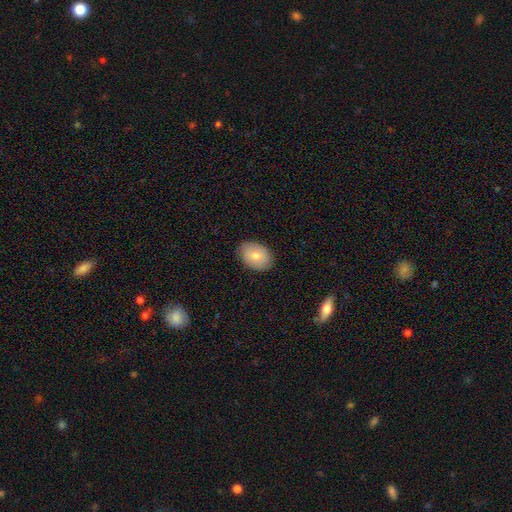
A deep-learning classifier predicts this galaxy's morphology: A smooth galaxy with no disk features (74%) that is in between round and cigar-shaped (78%). Merging: none (83%).